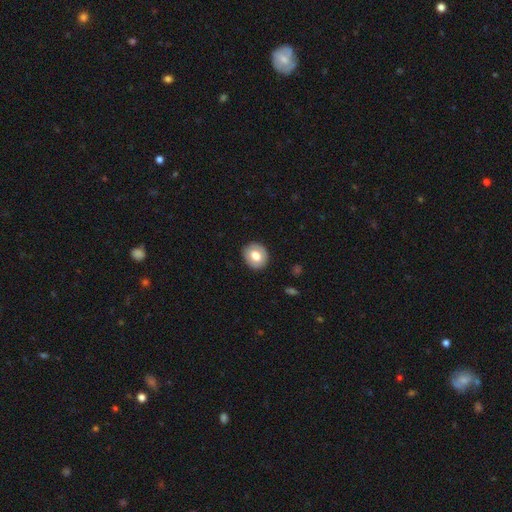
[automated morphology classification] This is likely a smooth galaxy (71%). How rounded: likely round (75%). Merging: clearly none (88%).